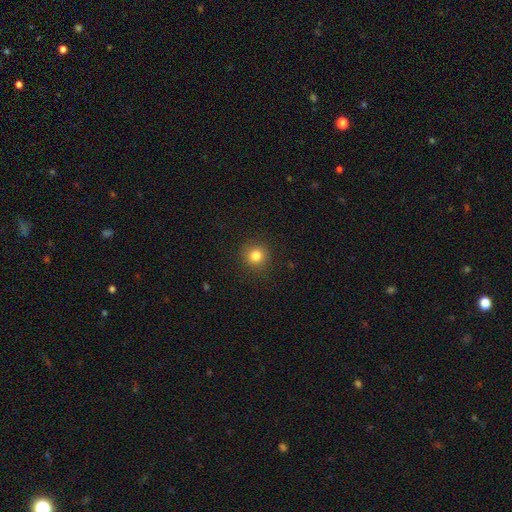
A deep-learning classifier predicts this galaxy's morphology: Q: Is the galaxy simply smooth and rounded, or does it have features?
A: smooth — 82%.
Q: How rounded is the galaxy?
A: round — 92%.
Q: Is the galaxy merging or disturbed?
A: none — 90%.